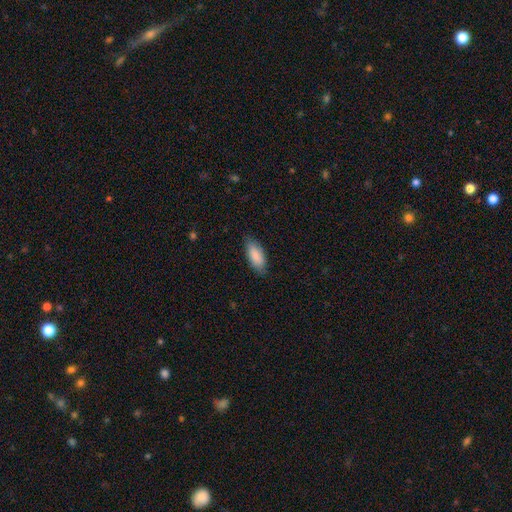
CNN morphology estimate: smooth-or-featured: smooth: 88% | featured or disk: 6% | star or artifact: 6%
  how-rounded: in between: 82% | cigar-shaped: 16% | round: 2%
  merging: none: 82% | minor disturbance: 15% | major disturbance: 3% | merger: 1%